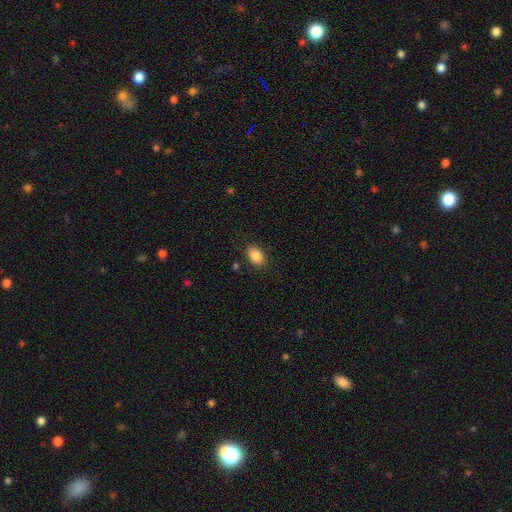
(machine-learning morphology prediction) Smooth or featured? smooth (86%)
How rounded? in between (81%)
Merging? none (87%)